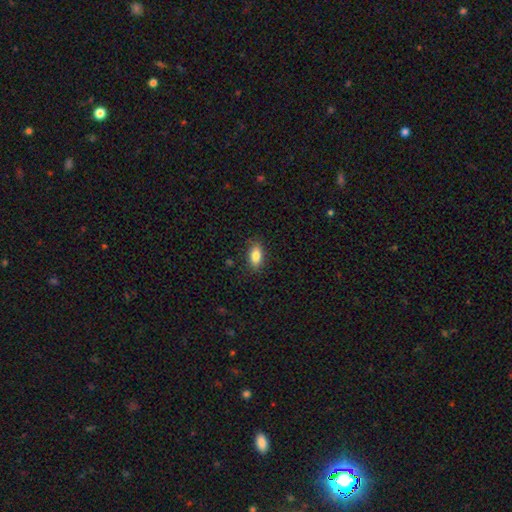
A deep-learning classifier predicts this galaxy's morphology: Q: Smooth or featured?
A: smooth (84%); runner-up: featured or disk (8%)
Q: How rounded?
A: in between (88%); runner-up: cigar-shaped (7%)
Q: Merging?
A: none (86%); runner-up: minor disturbance (11%)